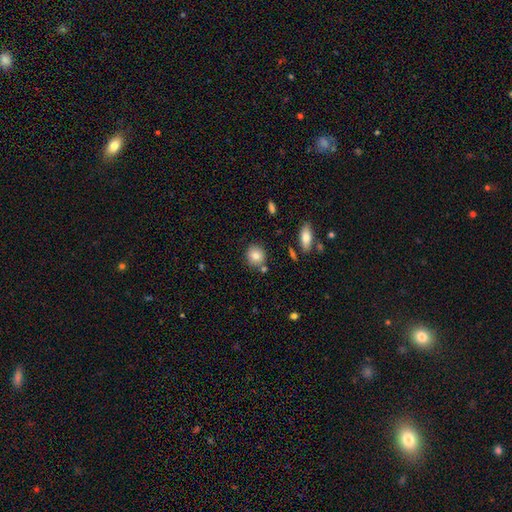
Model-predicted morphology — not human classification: Overall: smooth (80%). How rounded: round (85%). Merging: none (79%).